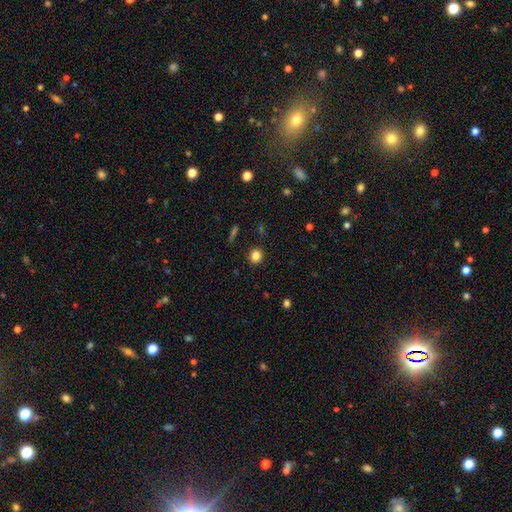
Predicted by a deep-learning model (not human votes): A smooth galaxy with no disk features (84%) that is round (80%).

Vote fractions:
- Smooth or featured? smooth: 84% / star or artifact: 12% / featured or disk: 5%
- How rounded? round: 80% / in between: 19% / cigar-shaped: 1%
- Merging? none: 89% / minor disturbance: 7% / major disturbance: 2% / merger: 1%